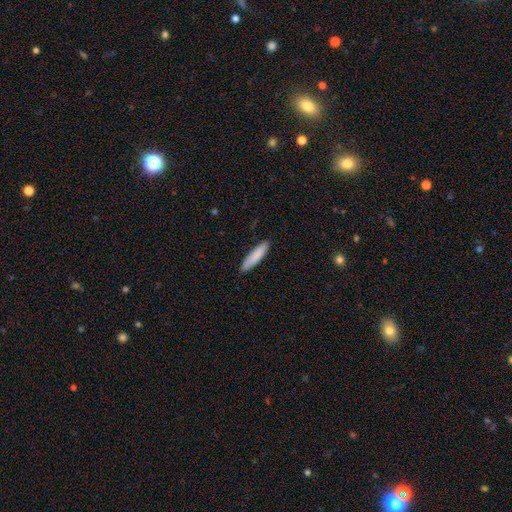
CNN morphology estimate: Smooth or featured: smooth — 84% (featured or disk — 10%)
How rounded: cigar-shaped — 82% (in between — 17%)
Merging: none — 89% (minor disturbance — 8%)